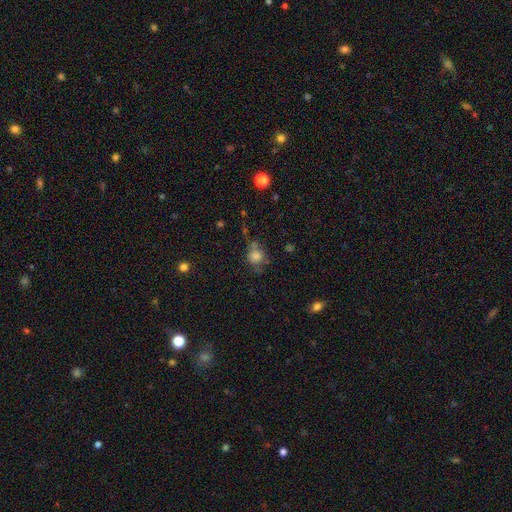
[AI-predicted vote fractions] smooth_or_featured: smooth (p=0.80) [alt: star or artifact p=0.12]
how_rounded: round (p=0.86) [alt: in between p=0.13]
merging: none (p=0.59) [alt: minor disturbance p=0.19]